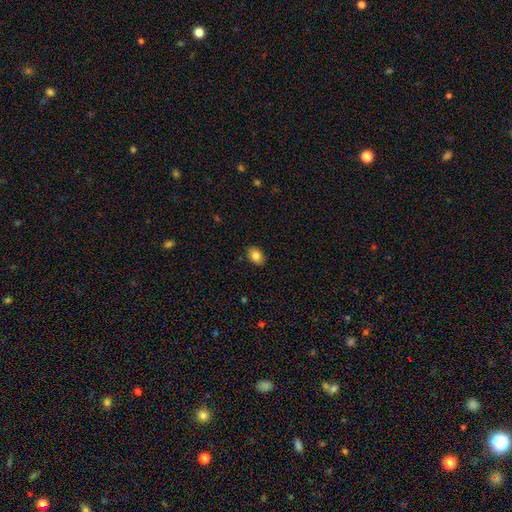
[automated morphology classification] A smooth galaxy with no disk features (84%) that is in between round and cigar-shaped (76%). Merging: none (87%).